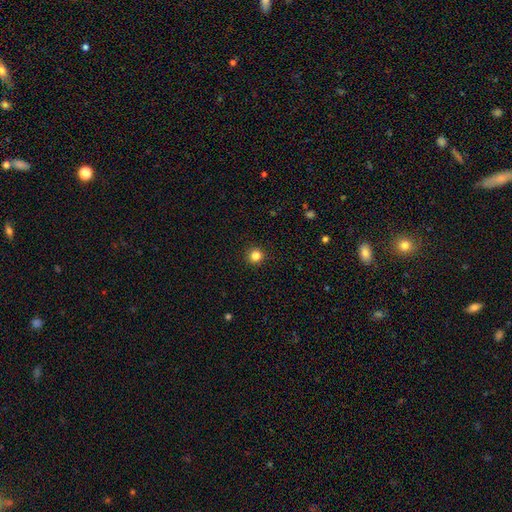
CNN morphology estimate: smooth 84%, star or artifact 12%, featured or disk 4%. Down the decision tree: how rounded — round (95%); merging — none (93%).